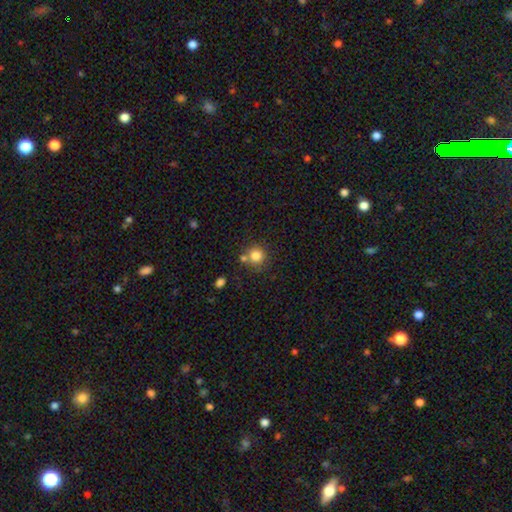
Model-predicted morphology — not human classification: This is clearly a smooth galaxy (82%). How rounded: clearly round (92%). Merging: likely none (71%).